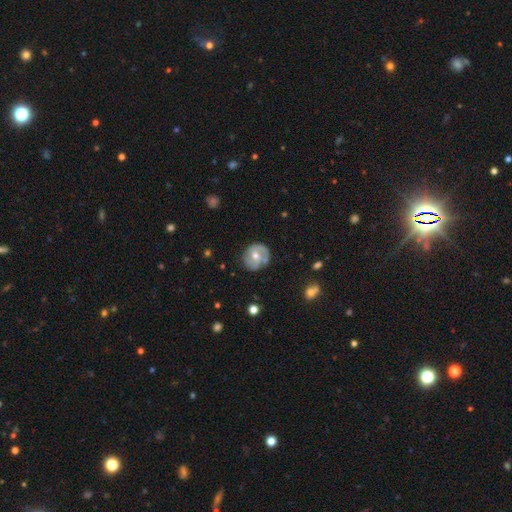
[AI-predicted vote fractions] Smooth or featured: featured or disk — 67% (smooth — 26%)
Edge-on disk: no — 97% (yes — 3%)
Bar: no — 54% (weak — 36%)
Spiral arms: yes — 82% (no — 18%)
Spiral winding: tight — 41% (medium — 40%)
Spiral arm count: 2 — 59% (can't tell — 19%)
Bulge size: moderate — 66% (small — 30%)
Merging: none — 72% (minor disturbance — 19%)